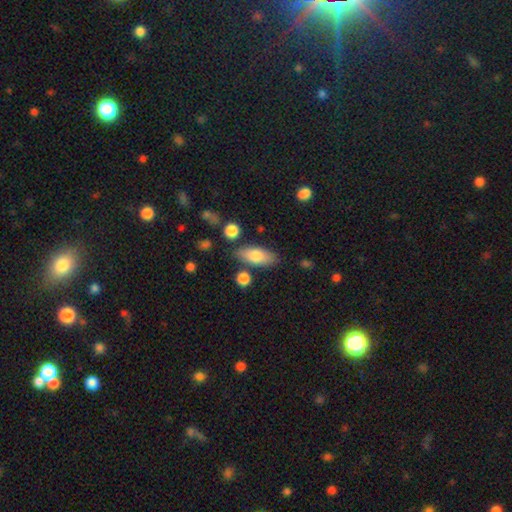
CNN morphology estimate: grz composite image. It shows a smooth galaxy with no disk features (76%) that is in between round and cigar-shaped (79%). Merging: none (78%).